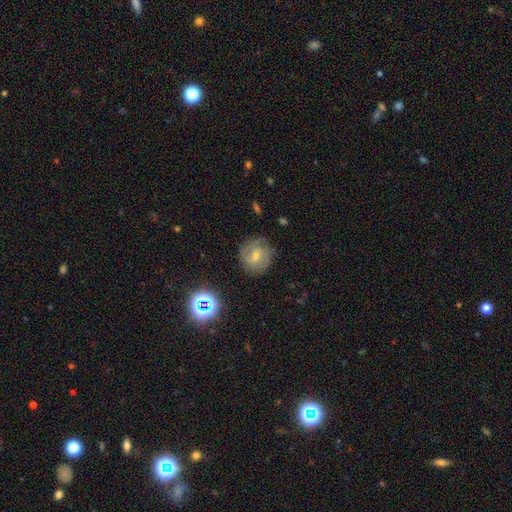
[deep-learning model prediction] Morphology: type=featured or disk (54%); edge-on=no (97%); bar=weak (47%); spiral arms=yes (84%); bulge=small (52%); merging=none (80%).